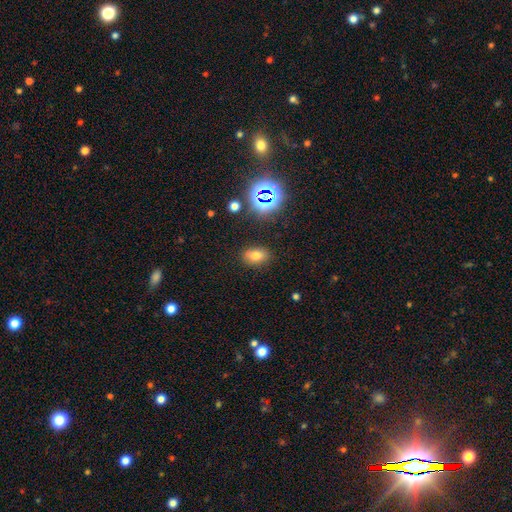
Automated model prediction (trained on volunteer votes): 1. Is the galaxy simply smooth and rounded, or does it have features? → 69% smooth, 20% star or artifact, 12% featured or disk.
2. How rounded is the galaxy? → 84% in between, 14% round, 2% cigar-shaped.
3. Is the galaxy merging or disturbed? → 86% none, 10% minor disturbance, 3% major disturbance, 2% merger.